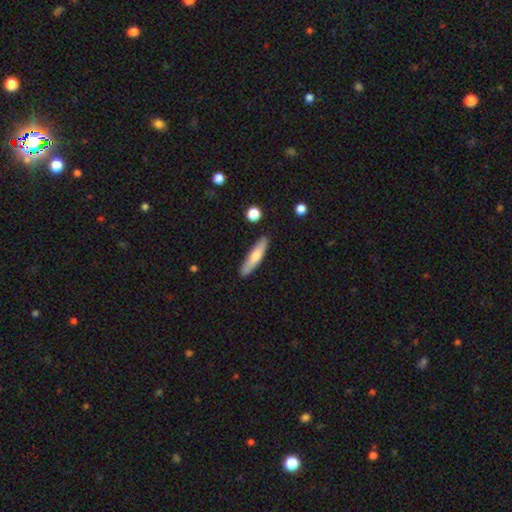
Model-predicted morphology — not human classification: Overall: smooth (64%; featured or disk 30%). How rounded: cigar-shaped (82%). Merging: none (88%).